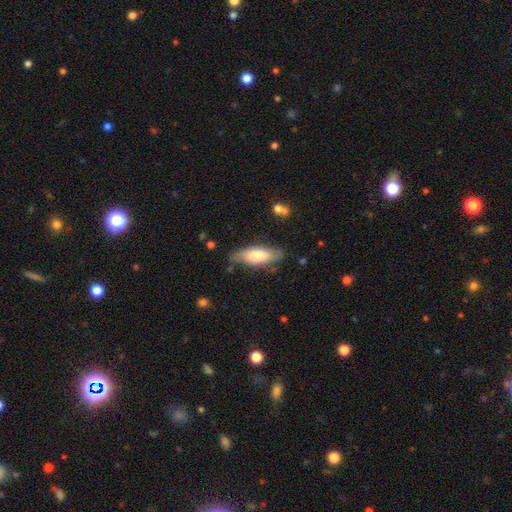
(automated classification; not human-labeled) Morphology: type=smooth (69%); roundness=in between (67%); merging=none (71%).